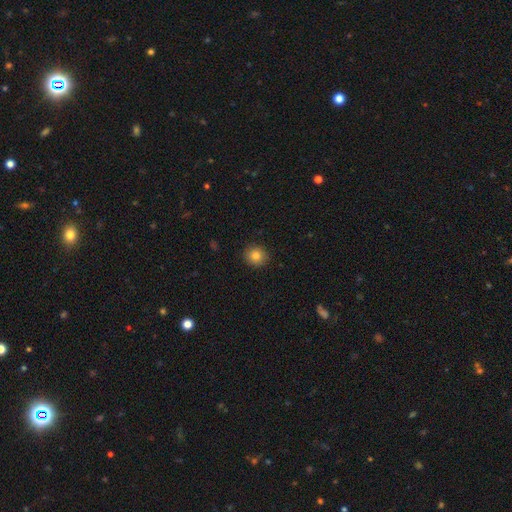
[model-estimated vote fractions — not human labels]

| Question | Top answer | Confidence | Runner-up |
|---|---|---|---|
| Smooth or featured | smooth | 83% | star or artifact (11%) |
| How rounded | round | 88% | in between (11%) |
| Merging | none | 91% | minor disturbance (6%) |